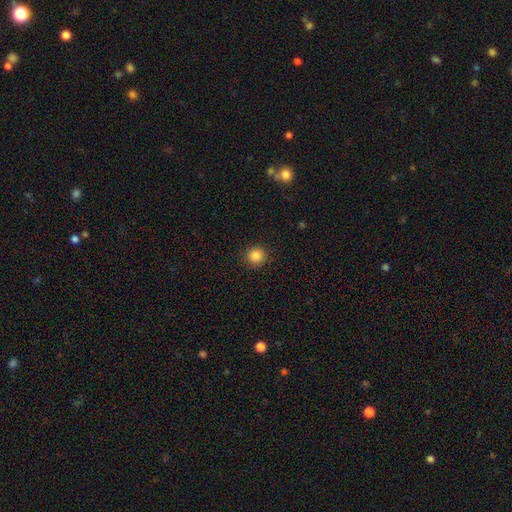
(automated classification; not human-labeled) Morphology: type=smooth (86%); roundness=round (93%); merging=none (92%).